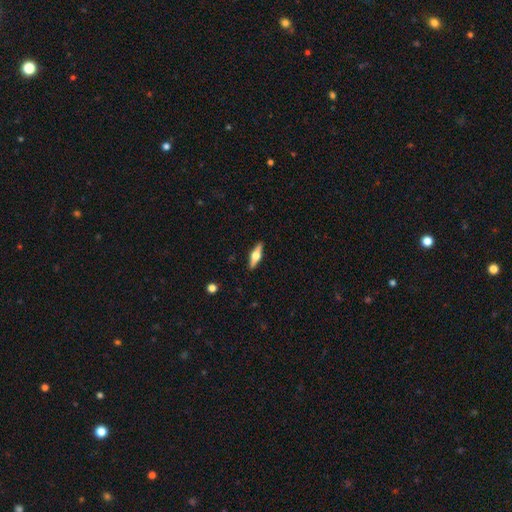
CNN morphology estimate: The model was most divided on "smooth or featured": featured or disk: 60%, smooth: 34%, star or artifact: 6%. More confident: edge-on disk — yes (95%); edge-on bulge — rounded (94%); merging — none (90%).